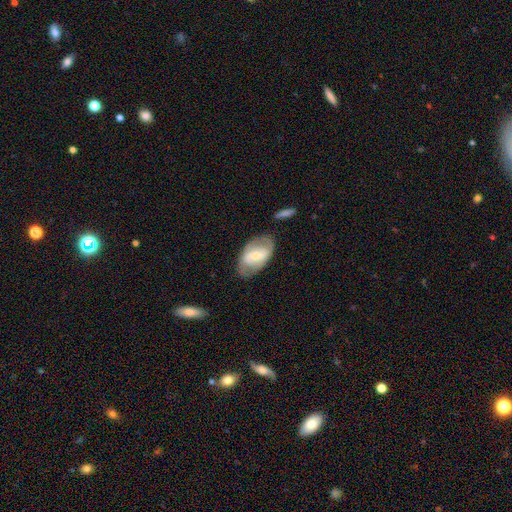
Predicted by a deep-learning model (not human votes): Q: Smooth or featured?
A: featured or disk (66%); runner-up: smooth (29%)
Q: Edge-on disk?
A: no (95%); runner-up: yes (5%)
Q: Bar?
A: weak (45%); runner-up: strong (37%)
Q: Spiral arms?
A: yes (74%); runner-up: no (26%)
Q: Bulge size?
A: small (45%); tied with: moderate (45%)
Q: Merging?
A: none (74%); runner-up: minor disturbance (17%)